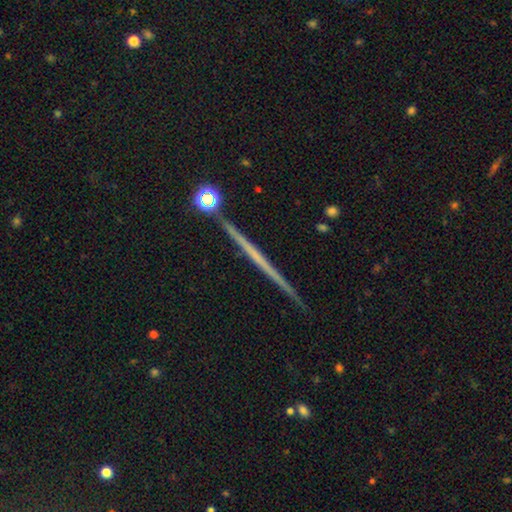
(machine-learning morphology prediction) smooth-or-featured: featured or disk: 69% | smooth: 22% | star or artifact: 9%
  disk-edge-on: yes: 98% | no: 2%
    edge-on-bulge: none: 87% | rounded: 9% | boxy: 4%
  merging: none: 92% | minor disturbance: 5% | merger: 2% | major disturbance: 1%